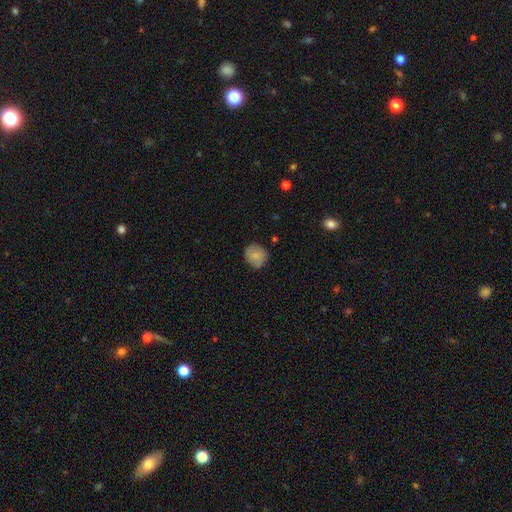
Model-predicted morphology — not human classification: A smooth galaxy with no disk features (78%) that is round (84%).

Vote fractions:
- Smooth or featured? smooth: 78% / featured or disk: 14% / star or artifact: 8%
- How rounded? round: 84% / in between: 15% / cigar-shaped: 1%
- Merging? none: 79% / minor disturbance: 16% / major disturbance: 3% / merger: 1%